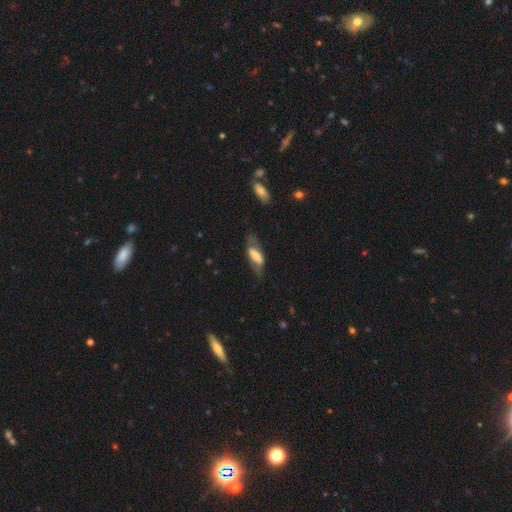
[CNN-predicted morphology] type=featured or disk (52%); edge-on=no (67%); merging=none (58%).